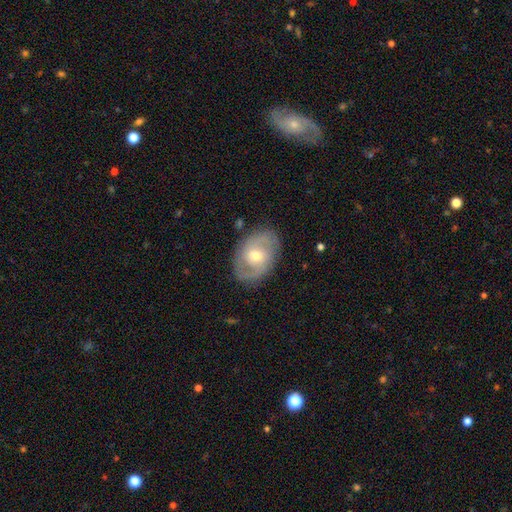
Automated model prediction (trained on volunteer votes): This appears to be a featured or disk galaxy (72%) with no bar (52%), 2 (74%) medium (42%) spiral arms (81%) and a moderate central bulge (62%). Merging: none (81%).